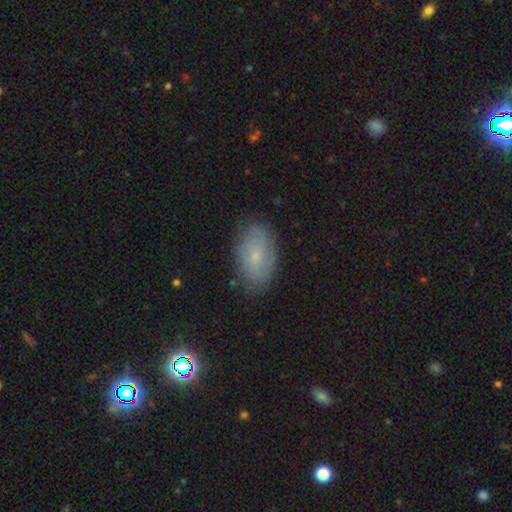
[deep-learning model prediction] Smooth or featured? Predicted: smooth (p=0.57). How rounded? Predicted: in between (p=0.91). Merging? Predicted: none (p=0.80).